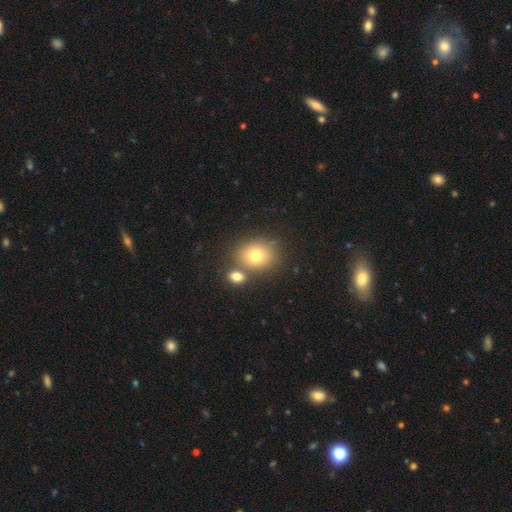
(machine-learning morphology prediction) This appears to be a smooth galaxy with no disk features (73%) that is round (55%). Merging: none (60%).